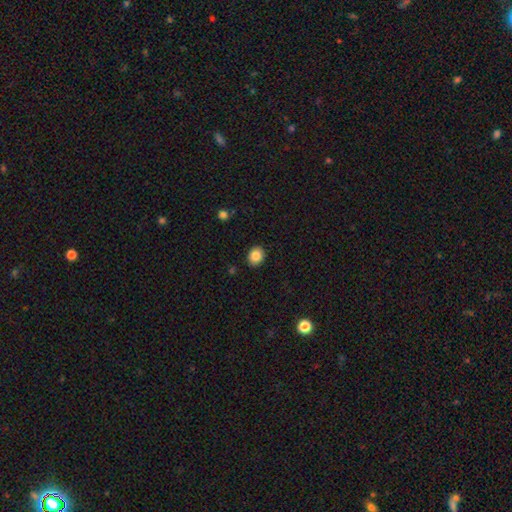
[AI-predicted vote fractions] Overall: smooth (85%). How rounded: round (61%; in between 38%). Merging: none (90%).